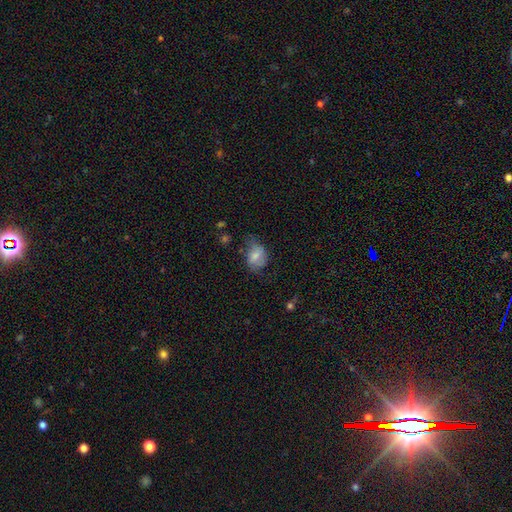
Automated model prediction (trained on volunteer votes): A smooth galaxy with no disk features (65%) that is in between round and cigar-shaped (68%).

Vote fractions:
- Smooth or featured? smooth: 65% / featured or disk: 26% / star or artifact: 8%
- How rounded? in between: 68% / round: 30% / cigar-shaped: 1%
- Merging? none: 45% / minor disturbance: 35% / major disturbance: 18% / merger: 2%